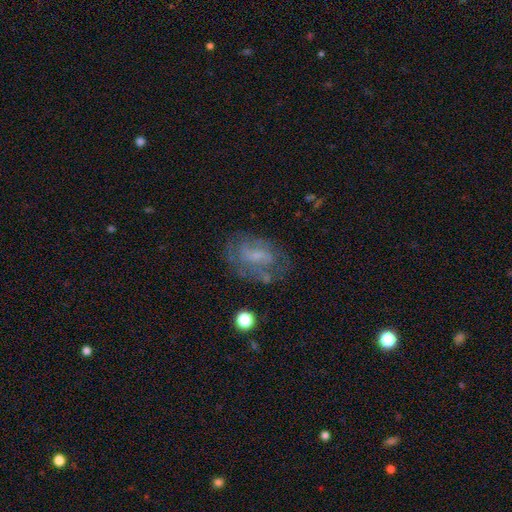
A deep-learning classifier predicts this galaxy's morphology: Smooth or featured? Predicted: featured or disk (p=0.60). Edge-on disk? Predicted: no (p=0.96). Bar? Predicted: no (p=0.44, tied with weak). Spiral arms? Predicted: yes (p=0.63). Bulge size? Predicted: small (p=0.51). Merging? Predicted: none (p=0.59).